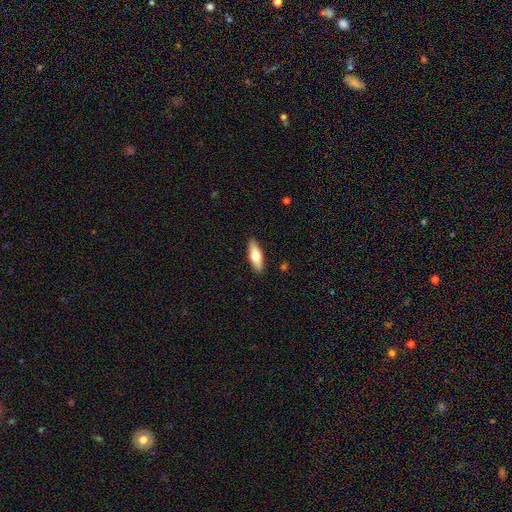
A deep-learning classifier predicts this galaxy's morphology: This is likely a smooth galaxy (65%). How rounded: possibly in between (57%). Merging: clearly none (89%).